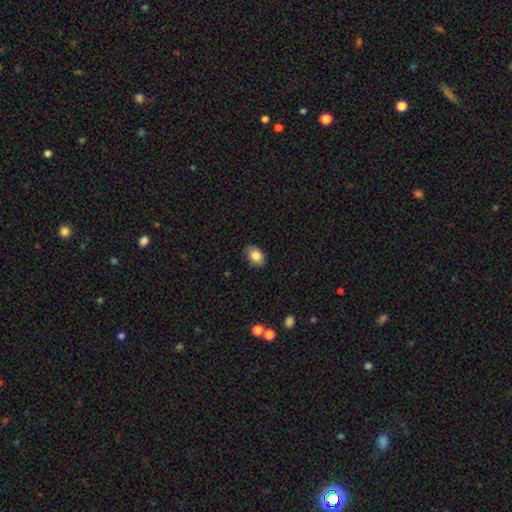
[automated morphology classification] Smooth or featured? Predicted: smooth (p=0.85). How rounded? Predicted: in between (p=0.83). Merging? Predicted: none (p=0.83).